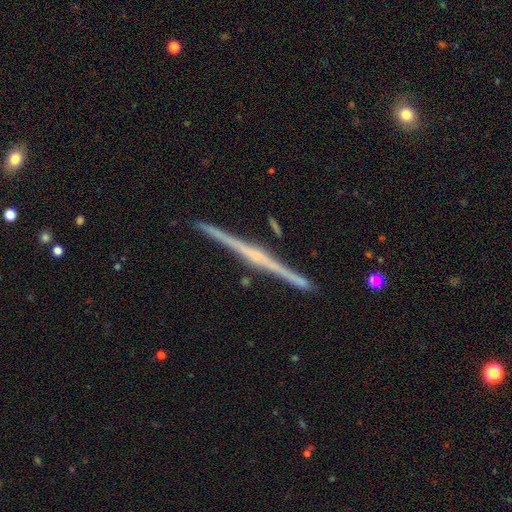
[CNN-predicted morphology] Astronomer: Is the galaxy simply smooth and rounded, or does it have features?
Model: featured or disk — 80%.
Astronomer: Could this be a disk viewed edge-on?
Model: yes — 99%.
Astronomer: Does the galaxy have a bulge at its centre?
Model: none — 46% (runner-up: rounded, 40%).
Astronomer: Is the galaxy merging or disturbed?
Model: none — 91%.